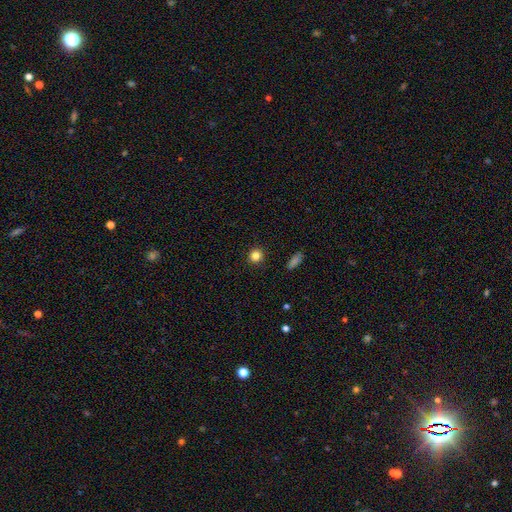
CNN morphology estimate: smooth-or-featured: smooth: 83% | star or artifact: 12% | featured or disk: 5%
  how-rounded: round: 93% | in between: 6% | cigar-shaped: 1%
  merging: none: 92% | minor disturbance: 5% | major disturbance: 2% | merger: 1%